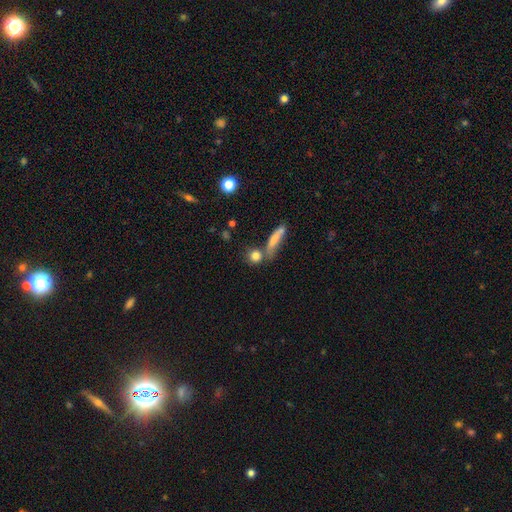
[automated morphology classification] This appears to be a smooth galaxy with no disk features (79%) that is round (72%). Merging: none (61%).